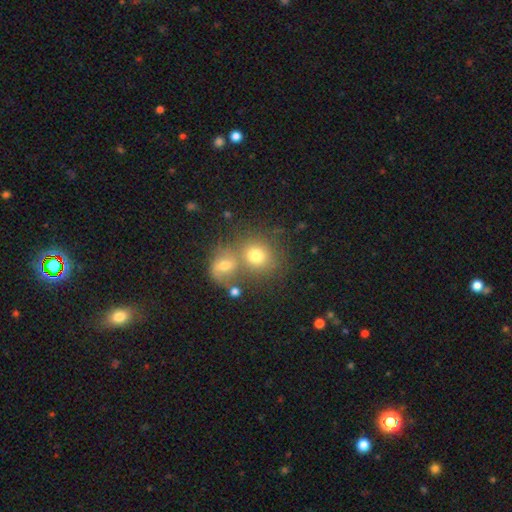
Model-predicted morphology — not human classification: Smooth or featured? Predicted: smooth (p=0.73). How rounded? Predicted: round (p=0.78). Merging? Predicted: none (p=0.44).